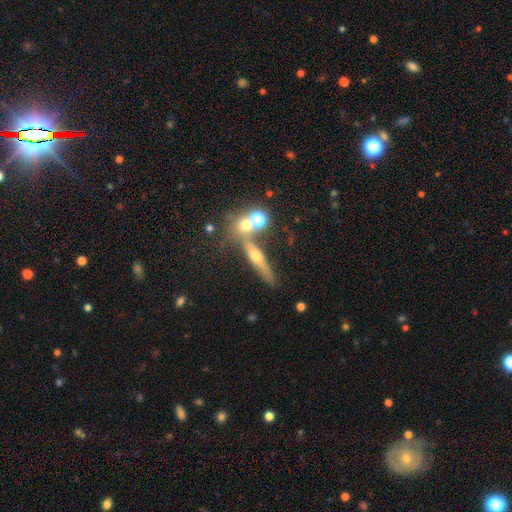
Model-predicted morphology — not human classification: Overall: featured or disk (56%; smooth 32%). Edge-on disk: yes (85%). Merging: none (60%; merger 22%).